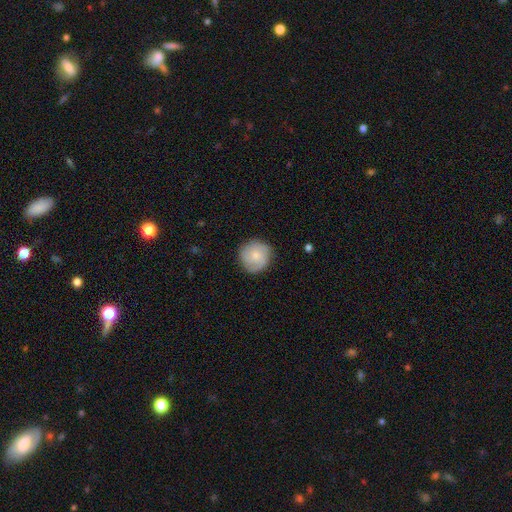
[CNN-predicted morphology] A smooth galaxy with no disk features (65%) that is round (93%). Merging: none (83%).